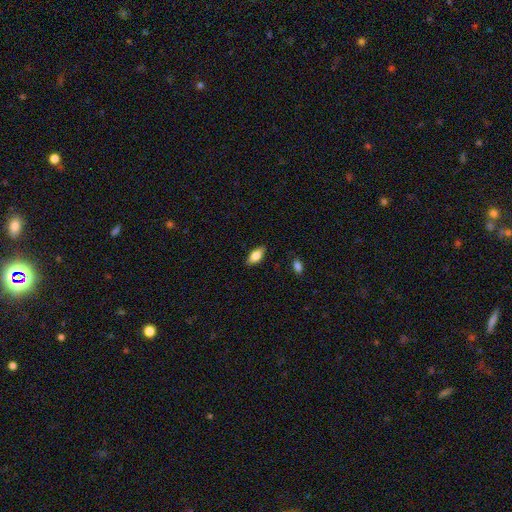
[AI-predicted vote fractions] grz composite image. It shows a smooth galaxy with no disk features (78%) that is in between round and cigar-shaped (87%). Merging: none (85%).